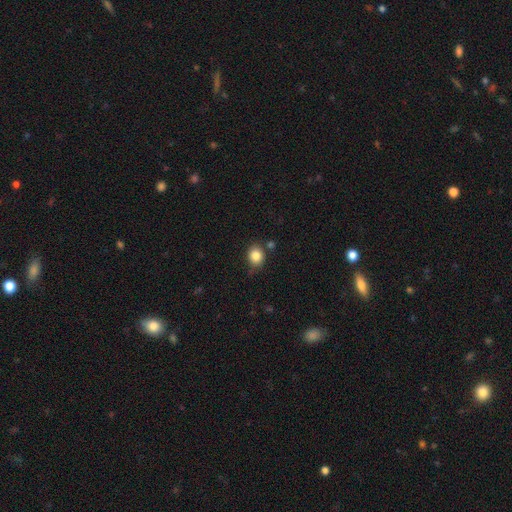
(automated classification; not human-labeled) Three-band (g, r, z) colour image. It shows a smooth galaxy with no disk features (84%) that is round (61%). Merging: none (73%).